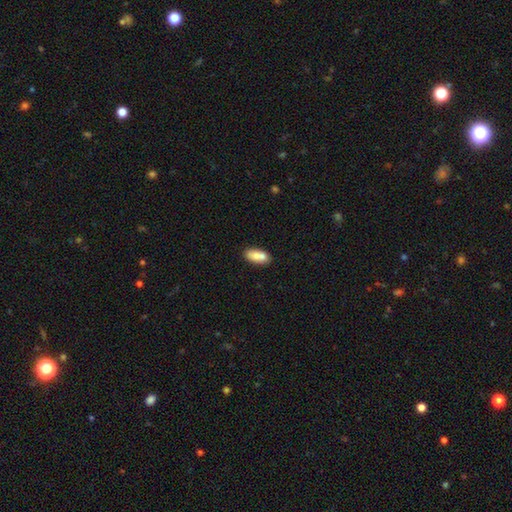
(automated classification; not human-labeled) Smooth or featured: smooth — 74% (featured or disk — 19%)
How rounded: in between — 84% (cigar-shaped — 11%)
Merging: none — 51% (merger — 33%)